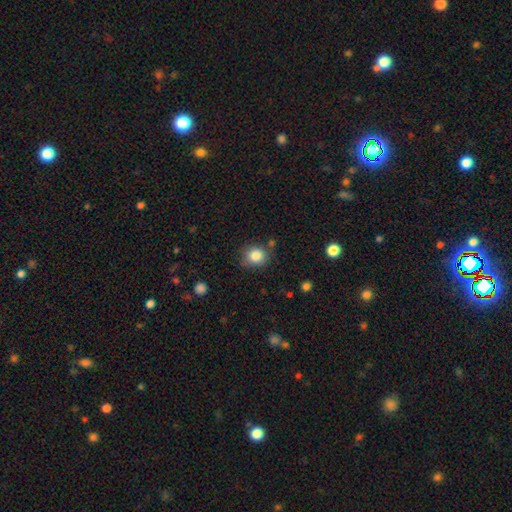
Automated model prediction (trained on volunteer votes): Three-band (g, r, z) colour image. It shows a smooth galaxy with no disk features (83%) that is round (75%). Merging: none (76%).